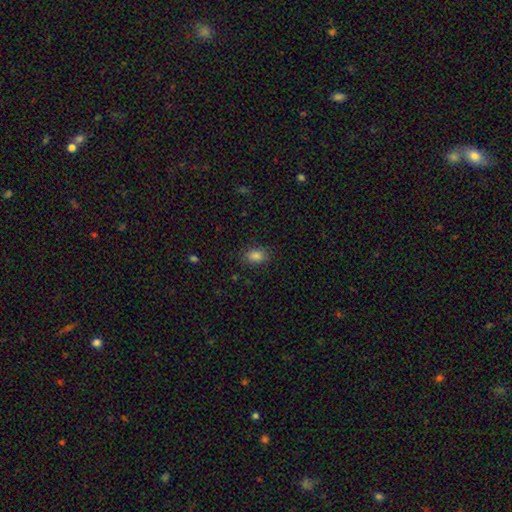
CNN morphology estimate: A smooth galaxy with no disk features (85%) that is in between round and cigar-shaped (81%).

Vote fractions:
- Smooth or featured? smooth: 85% / star or artifact: 10% / featured or disk: 5%
- How rounded? in between: 81% / round: 18% / cigar-shaped: 1%
- Merging? none: 85% / minor disturbance: 11% / major disturbance: 3% / merger: 1%